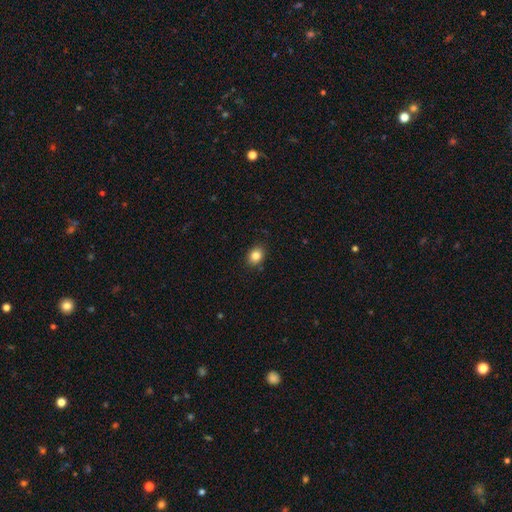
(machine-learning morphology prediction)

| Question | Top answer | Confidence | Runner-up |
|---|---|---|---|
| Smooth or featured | smooth | 84% | star or artifact (10%) |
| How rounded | in between | 56% | round (43%) |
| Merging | none | 87% | minor disturbance (10%) |